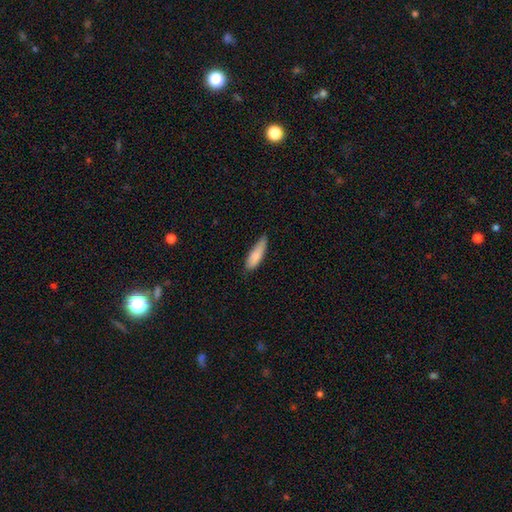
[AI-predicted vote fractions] Smooth or featured? smooth (86%)
How rounded? cigar-shaped (56%)
Merging? none (62%)